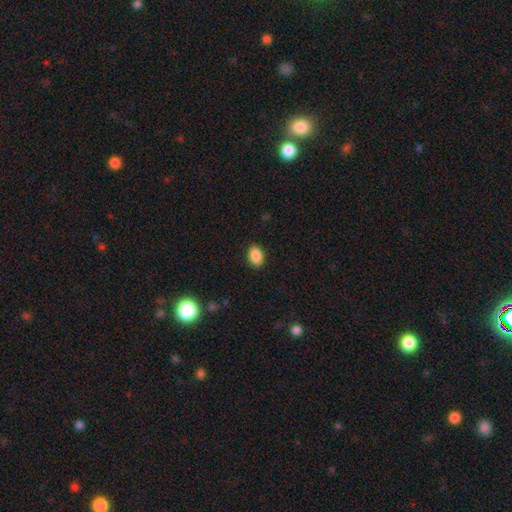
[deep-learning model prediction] The model was most divided on "how rounded": in between: 82%, round: 16%, cigar-shaped: 1%. More confident: merging — none (88%); smooth or featured — smooth (88%).